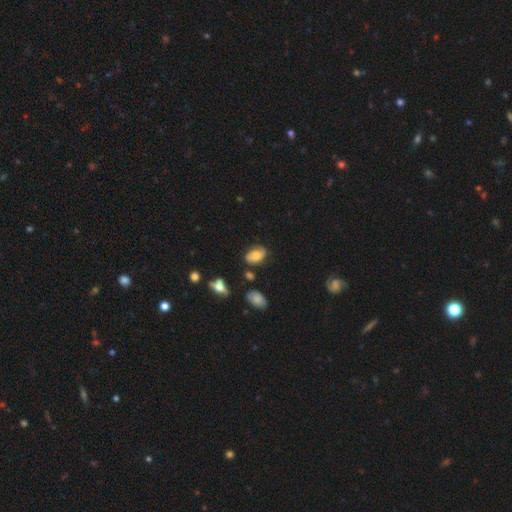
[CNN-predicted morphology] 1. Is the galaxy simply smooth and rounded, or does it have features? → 72% smooth, 18% featured or disk, 10% star or artifact.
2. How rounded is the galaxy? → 87% in between, 11% round, 2% cigar-shaped.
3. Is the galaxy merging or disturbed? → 69% none, 22% minor disturbance, 5% major disturbance, 4% merger.